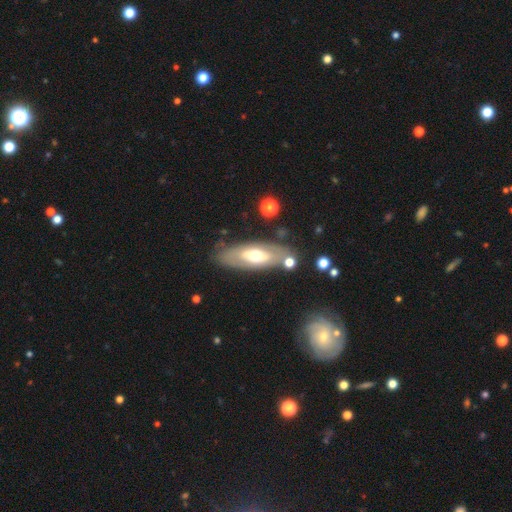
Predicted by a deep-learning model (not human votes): Smooth or featured?
  - featured or disk: 53% *
  - smooth: 41%
  - star or artifact: 6%
Edge-on disk?
  - no: 73% *
  - yes: 27%
Merging?
  - none: 77% *
  - minor disturbance: 14%
  - merger: 5%
  - major disturbance: 4%